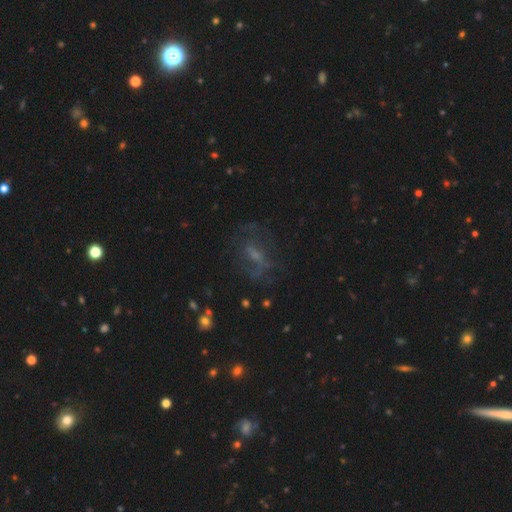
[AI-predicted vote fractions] A featured or disk galaxy (51%). Merging: none (60%).